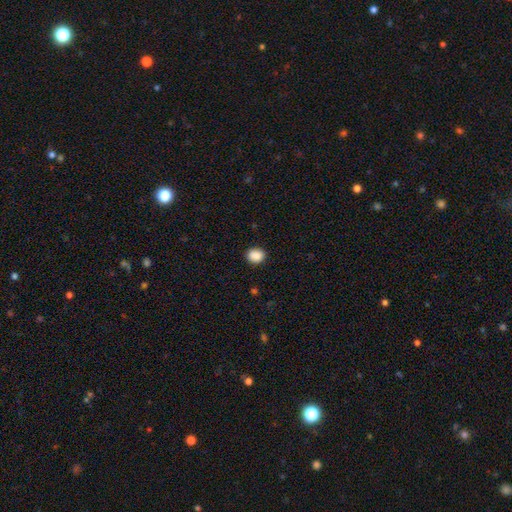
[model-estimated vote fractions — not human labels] smooth_or_featured: smooth (p=0.89) [alt: star or artifact p=0.09]
how_rounded: round (p=0.61) [alt: in between p=0.38]
merging: none (p=0.89) [alt: minor disturbance p=0.08]